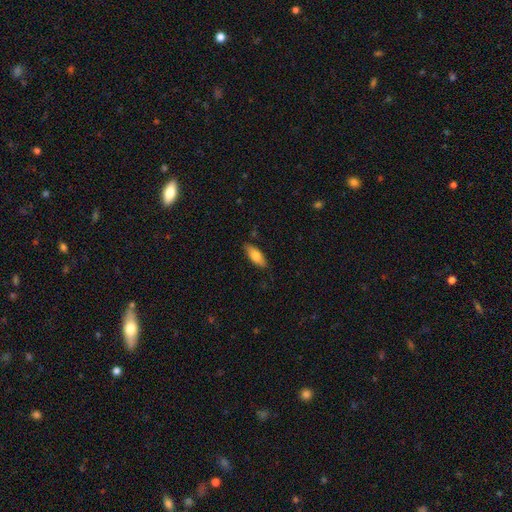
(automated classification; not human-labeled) smooth-or-featured: smooth: 75% | featured or disk: 19% | star or artifact: 6%
  how-rounded: in between: 71% | cigar-shaped: 27% | round: 2%
  merging: none: 84% | minor disturbance: 13% | major disturbance: 2% | merger: 1%